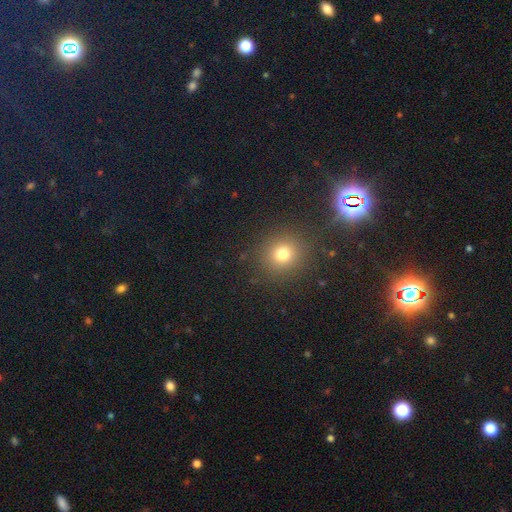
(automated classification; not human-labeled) A smooth galaxy with no disk features (55%) that is round (92%).

Vote fractions:
- Smooth or featured? smooth: 55% / star or artifact: 39% / featured or disk: 6%
- How rounded? round: 92% / in between: 7% / cigar-shaped: 1%
- Merging? none: 90% / minor disturbance: 5% / major disturbance: 2% / merger: 2%